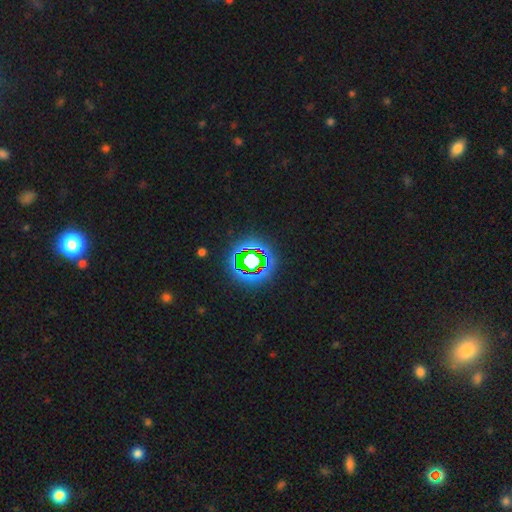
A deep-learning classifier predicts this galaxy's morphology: Smooth or featured? Predicted: star or artifact (p=0.77).